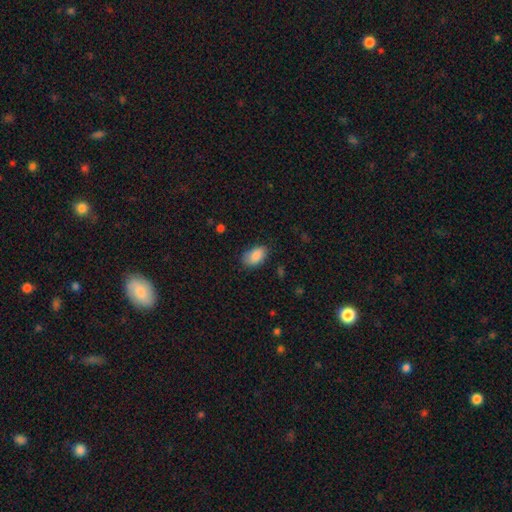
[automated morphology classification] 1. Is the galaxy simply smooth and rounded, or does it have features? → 86% smooth, 7% featured or disk, 7% star or artifact.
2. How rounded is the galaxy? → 92% in between, 6% round, 2% cigar-shaped.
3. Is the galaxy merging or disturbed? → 75% none, 19% minor disturbance, 4% major disturbance, 1% merger.